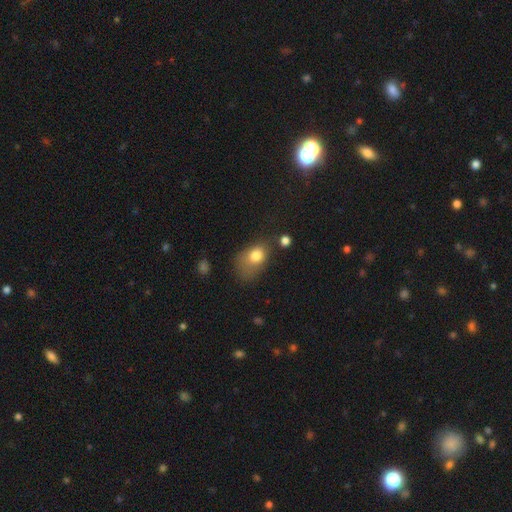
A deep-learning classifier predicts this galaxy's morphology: This is likely a smooth galaxy (77%). How rounded: likely in between (74%). Merging: marginally none (34%).